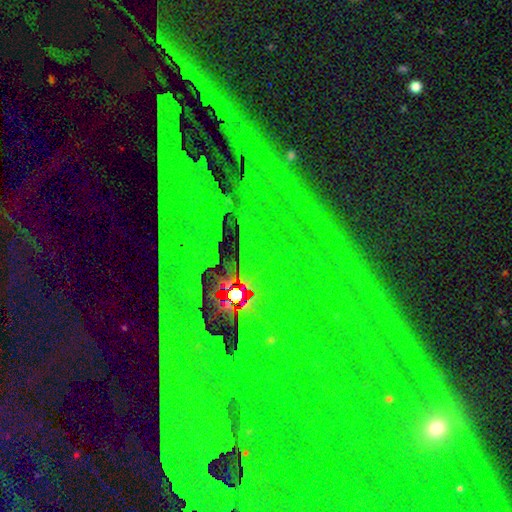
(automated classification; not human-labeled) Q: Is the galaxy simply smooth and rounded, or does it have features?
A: star or artifact — 85%.